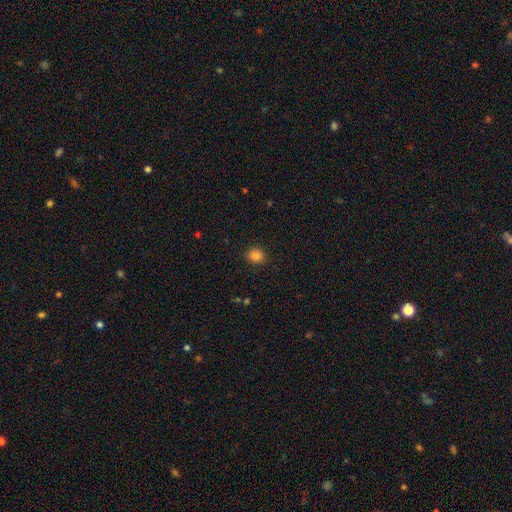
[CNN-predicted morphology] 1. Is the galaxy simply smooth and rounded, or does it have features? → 84% smooth, 12% star or artifact, 4% featured or disk.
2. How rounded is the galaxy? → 76% round, 23% in between, 1% cigar-shaped.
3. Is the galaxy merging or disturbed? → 90% none, 7% minor disturbance, 2% major disturbance, 1% merger.